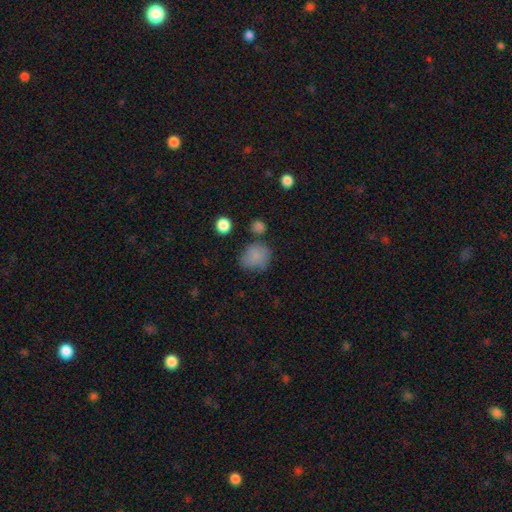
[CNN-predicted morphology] smooth-or-featured: smooth: 82% | star or artifact: 10% | featured or disk: 8%
  how-rounded: round: 76% | in between: 23% | cigar-shaped: 1%
  merging: none: 62% | minor disturbance: 22% | major disturbance: 8% | merger: 8%